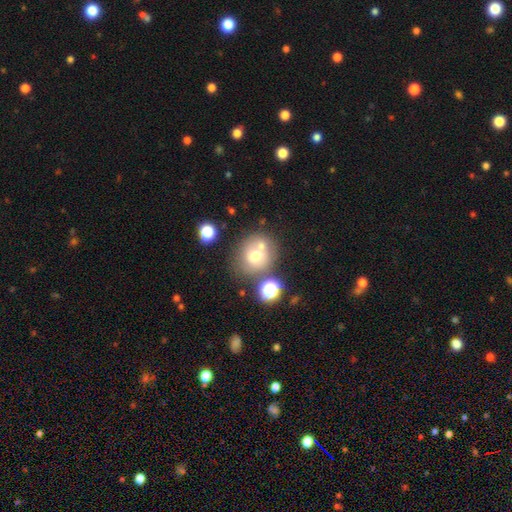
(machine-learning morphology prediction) Smooth or featured: smooth — 65% (featured or disk — 20%)
How rounded: round — 82% (in between — 17%)
Merging: none — 53% (merger — 28%)